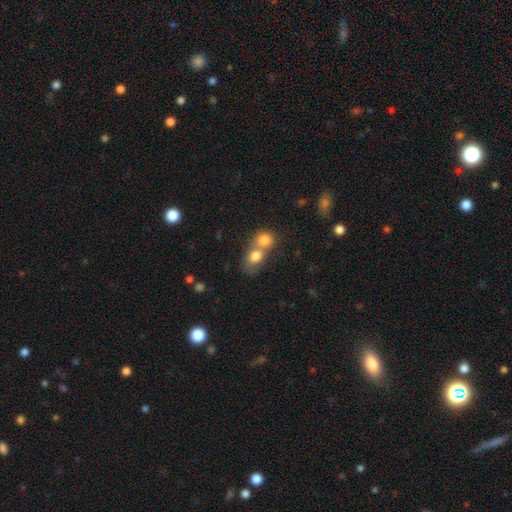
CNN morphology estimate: This is likely a smooth galaxy (77%). How rounded: possibly in between (53%). Merging: likely merger (67%).